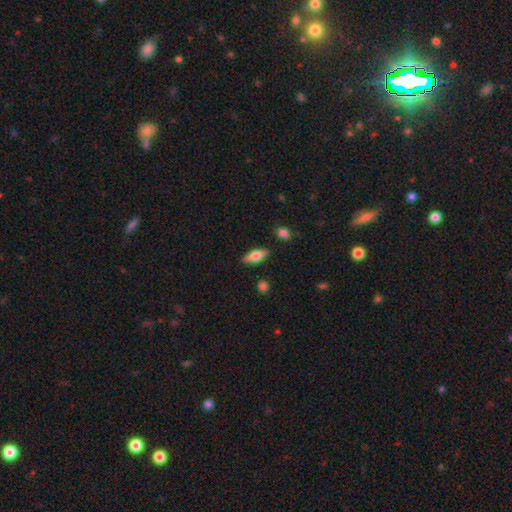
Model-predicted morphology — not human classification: Q: Smooth or featured?
A: smooth (68%); runner-up: featured or disk (26%)
Q: How rounded?
A: in between (73%); runner-up: cigar-shaped (23%)
Q: Merging?
A: none (85%); runner-up: minor disturbance (10%)